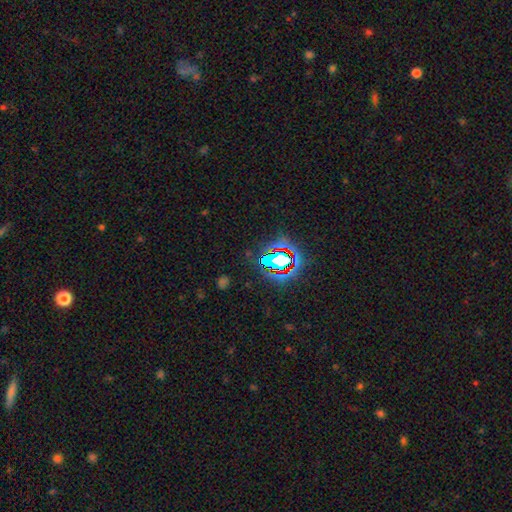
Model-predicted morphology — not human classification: The model was most divided on "smooth or featured": star or artifact: 77%, smooth: 12%, featured or disk: 10%.